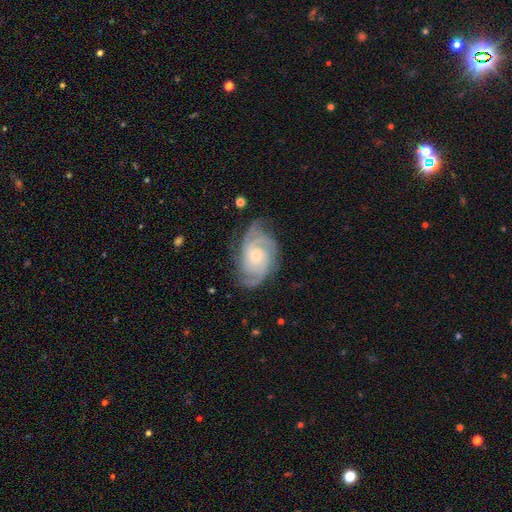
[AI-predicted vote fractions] This appears to be a featured or disk galaxy (90%) with no bar (73%), 3 (41%) tight (65%) spiral arms (98%) and a small central bulge (60%). Merging: none (75%).